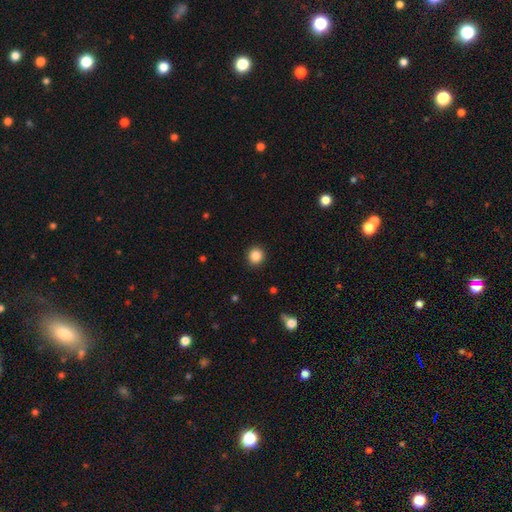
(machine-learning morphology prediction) This is clearly a smooth galaxy (86%). How rounded: clearly round (91%). Merging: clearly none (92%).